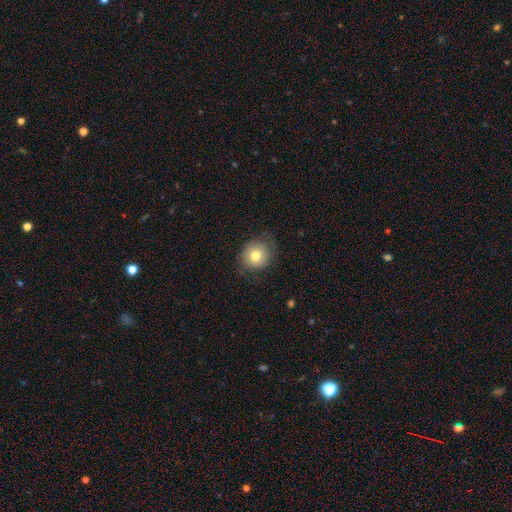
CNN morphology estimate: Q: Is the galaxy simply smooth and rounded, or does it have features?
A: smooth — 73%.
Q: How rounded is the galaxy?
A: round — 79%.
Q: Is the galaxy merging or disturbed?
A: none — 75%.